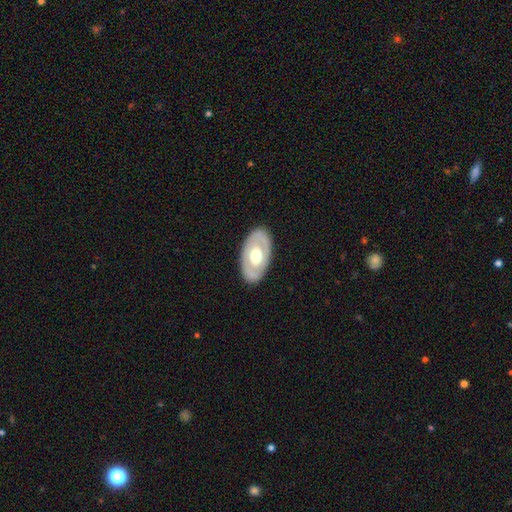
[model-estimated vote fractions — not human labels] This appears to be a featured or disk galaxy (56%). Merging: none (85%).